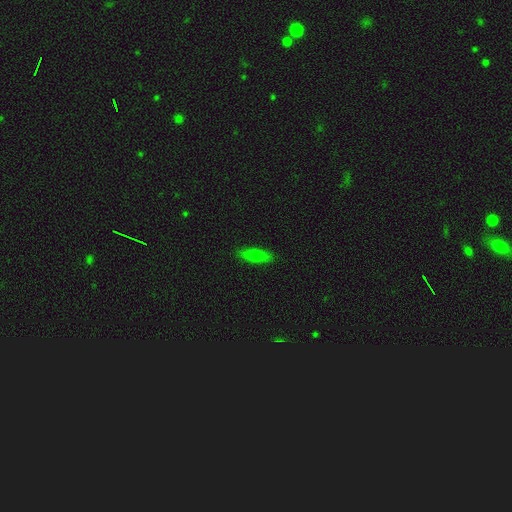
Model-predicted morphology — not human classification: The model was most divided on "how rounded": in between: 50%, cigar-shaped: 47%, round: 3%. More confident: merging — none (88%); smooth or featured — smooth (69%).